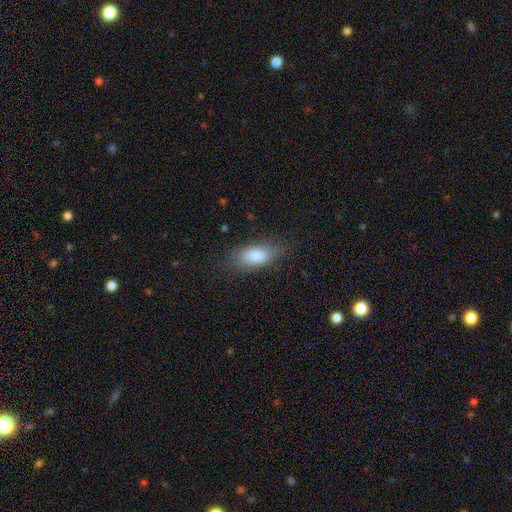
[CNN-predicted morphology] The model was most divided on "merging": none: 75%, minor disturbance: 17%, major disturbance: 7%, merger: 1%. More confident: how rounded — in between (85%); smooth or featured — smooth (83%).